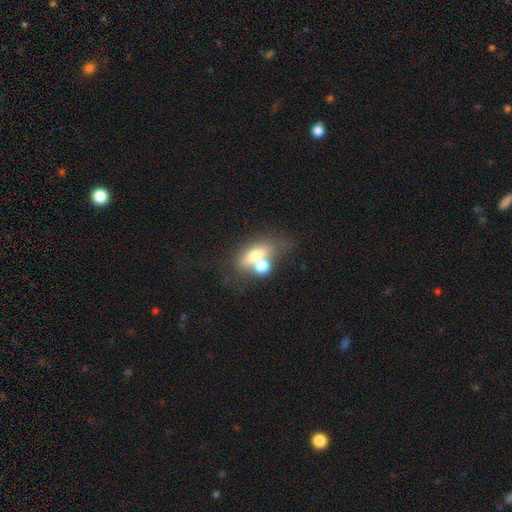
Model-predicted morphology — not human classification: Q: Smooth or featured?
A: smooth (60%); runner-up: featured or disk (30%)
Q: How rounded?
A: in between (65%); runner-up: round (24%)
Q: Merging?
A: merger (53%); runner-up: none (30%)